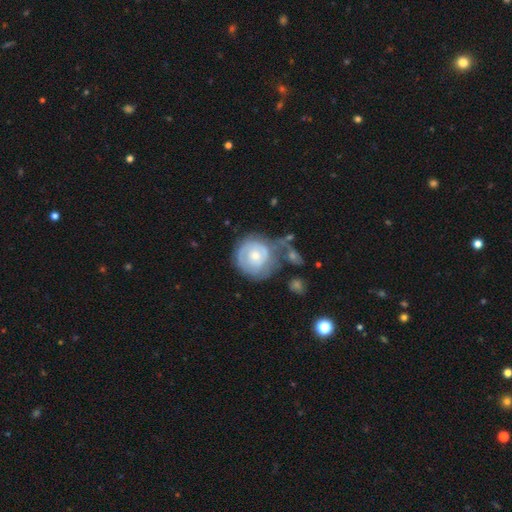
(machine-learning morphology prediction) Smooth or featured? Predicted: featured or disk (p=0.55). Edge-on disk? Predicted: no (p=0.97). Bar? Predicted: no (p=0.80). Spiral arms? Predicted: yes (p=0.60). Bulge size? Predicted: moderate (p=0.58). Merging? Predicted: none (p=0.41).